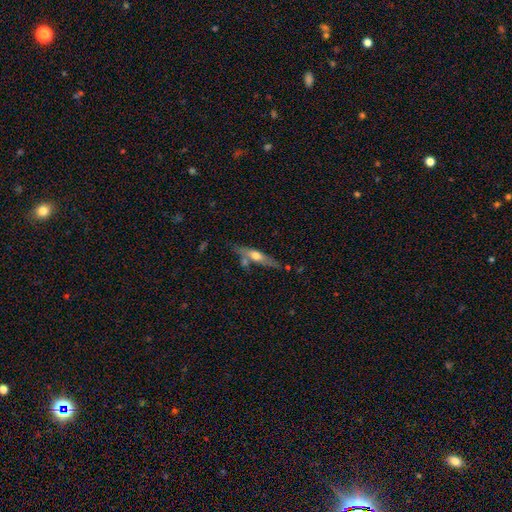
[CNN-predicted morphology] This appears to be a featured or disk galaxy (51%) viewed edge-on (83%). Merging: none (65%).